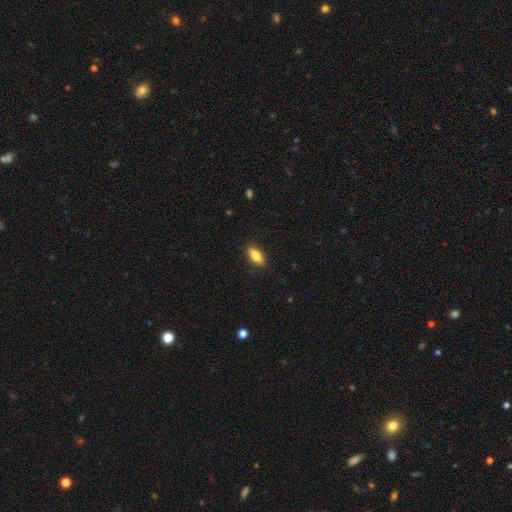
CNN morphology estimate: smooth_or_featured: smooth (p=0.80) [alt: featured or disk p=0.13]
how_rounded: in between (p=0.84) [alt: cigar-shaped p=0.12]
merging: none (p=0.88) [alt: minor disturbance p=0.09]